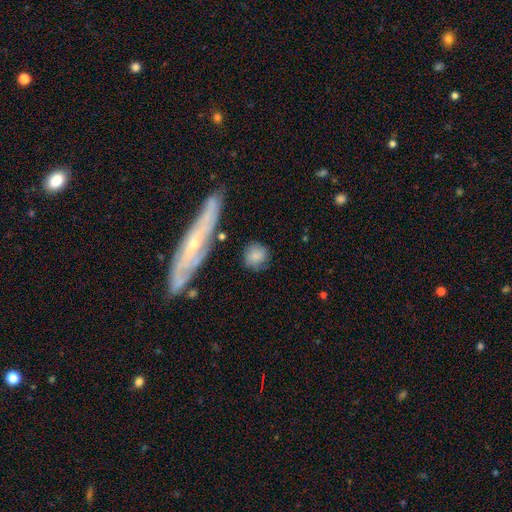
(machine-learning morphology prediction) Smooth or featured?
  - smooth: 73% *
  - featured or disk: 19%
  - star or artifact: 8%
How rounded?
  - round: 79% *
  - in between: 17%
  - cigar-shaped: 3%
Merging?
  - none: 73% *
  - minor disturbance: 16%
  - major disturbance: 6%
  - merger: 5%